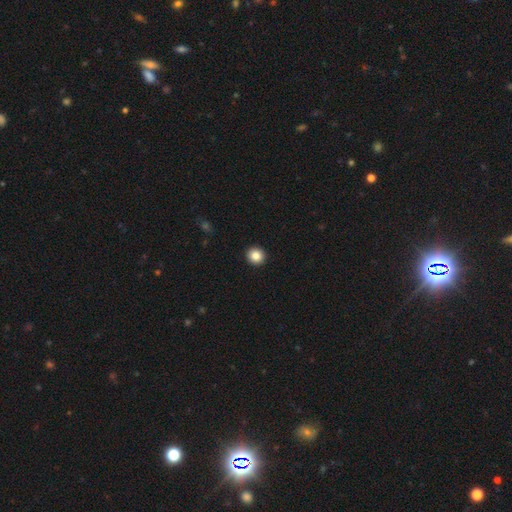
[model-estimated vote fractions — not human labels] Smooth or featured? smooth (86%)
How rounded? round (91%)
Merging? none (94%)